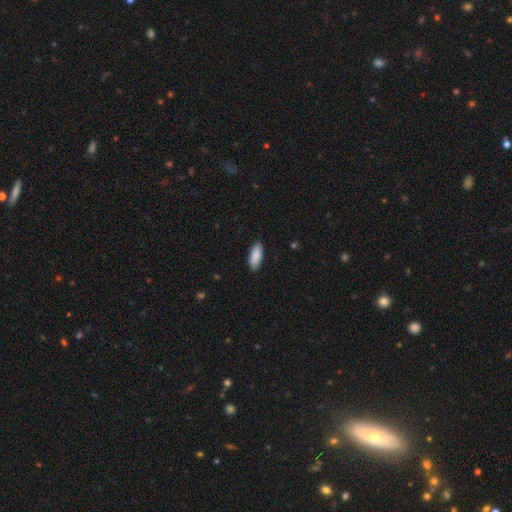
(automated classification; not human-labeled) The model was most divided on "how rounded": in between: 82%, cigar-shaped: 17%, round: 2%. More confident: smooth or featured — smooth (89%); merging — none (88%).